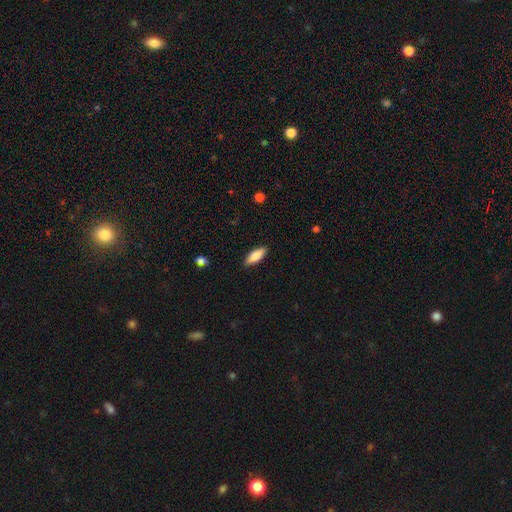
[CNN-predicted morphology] A smooth galaxy with no disk features (76%) that is in between round and cigar-shaped (64%).

Vote fractions:
- Smooth or featured? smooth: 76% / featured or disk: 18% / star or artifact: 6%
- How rounded? in between: 64% / cigar-shaped: 34% / round: 2%
- Merging? none: 88% / minor disturbance: 9% / major disturbance: 2% / merger: 1%